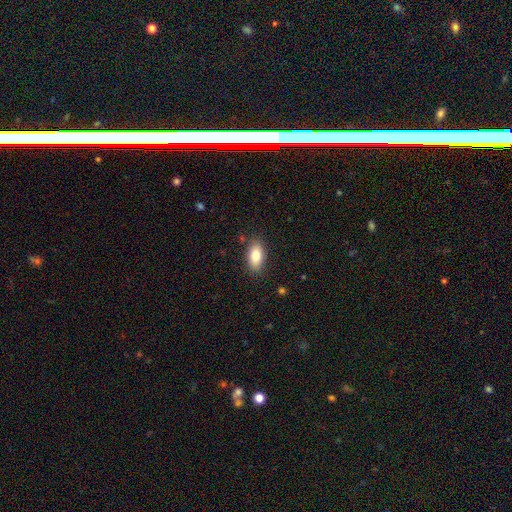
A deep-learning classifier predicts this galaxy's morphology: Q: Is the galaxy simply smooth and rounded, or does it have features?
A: smooth — 81%.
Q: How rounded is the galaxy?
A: in between — 90%.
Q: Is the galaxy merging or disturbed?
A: none — 85%.